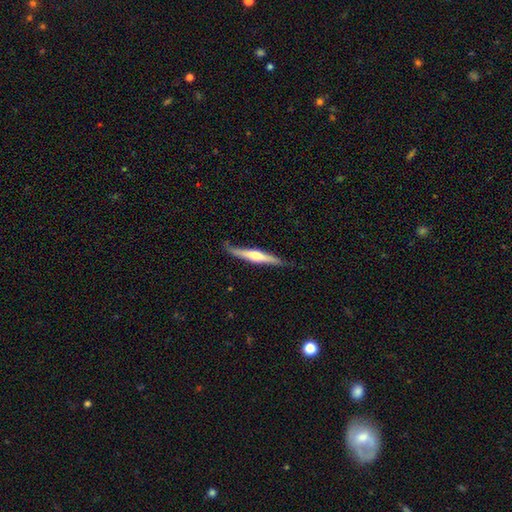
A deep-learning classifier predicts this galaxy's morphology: Smooth or featured: featured or disk — 63% (smooth — 32%)
Edge-on disk: yes — 94% (no — 6%)
Edge-on bulge: rounded — 84% (none — 8%)
Merging: none — 72% (minor disturbance — 21%)